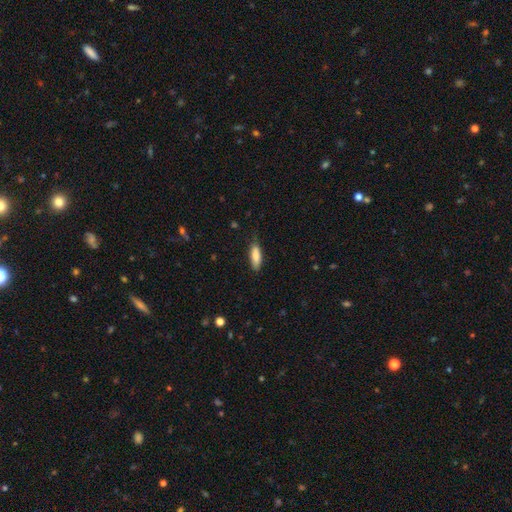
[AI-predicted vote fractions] smooth-or-featured: smooth: 80% | featured or disk: 14% | star or artifact: 6%
  how-rounded: in between: 54% | cigar-shaped: 44% | round: 2%
  merging: none: 77% | minor disturbance: 19% | major disturbance: 3% | merger: 1%